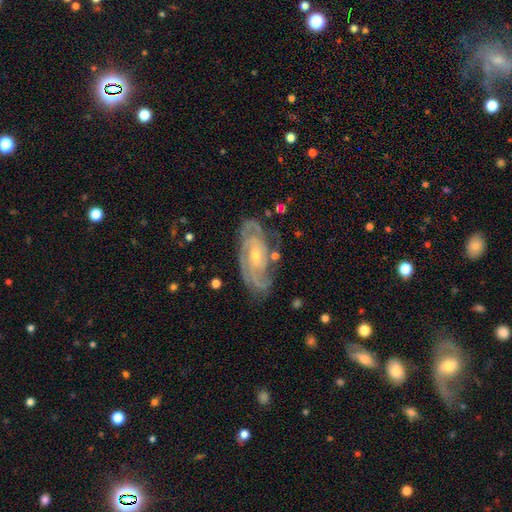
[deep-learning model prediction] A featured or disk galaxy (88%) with no bar (61%), 2 (44%) tight (68%) spiral arms (97%) and a small central bulge (69%). Merging: none (76%).